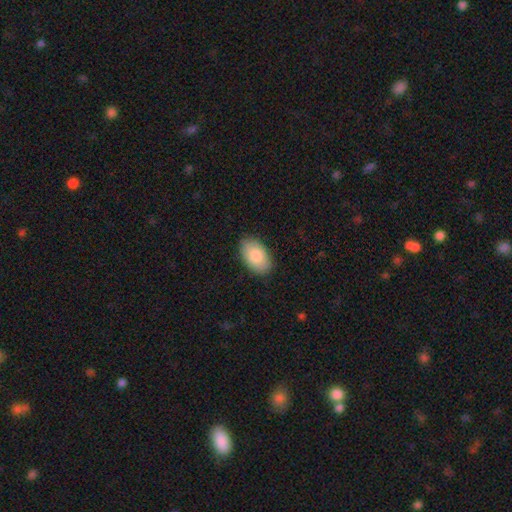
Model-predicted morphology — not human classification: This appears to be a smooth galaxy with no disk features (85%) that is in between round and cigar-shaped (93%). Merging: none (86%).